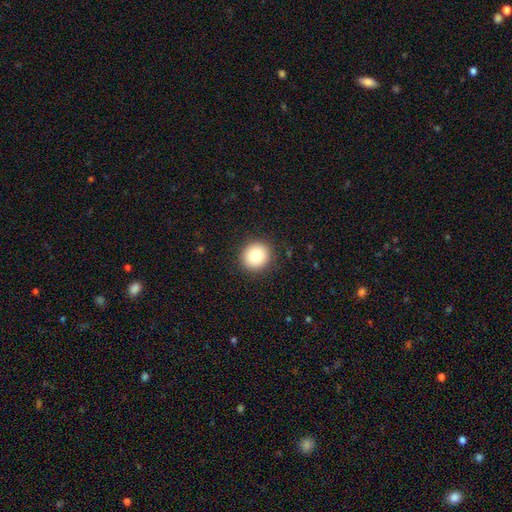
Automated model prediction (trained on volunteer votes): Morphology: type=smooth (84%); roundness=round (87%); merging=none (91%).